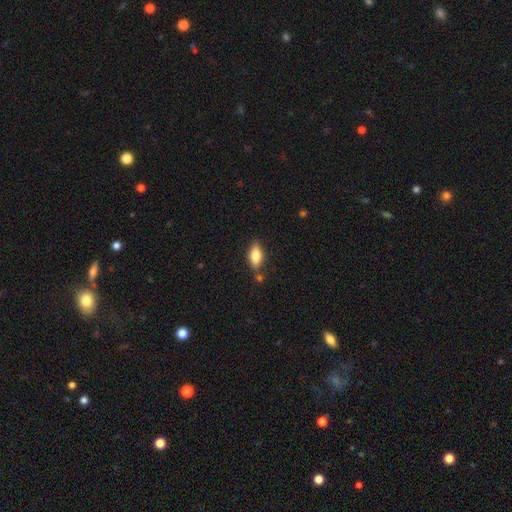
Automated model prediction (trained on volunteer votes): Q: Smooth or featured?
A: smooth (76%); runner-up: featured or disk (17%)
Q: How rounded?
A: in between (83%); runner-up: cigar-shaped (13%)
Q: Merging?
A: none (77%); runner-up: minor disturbance (14%)